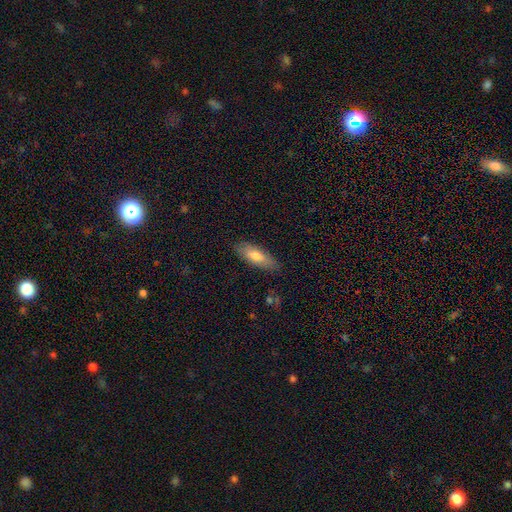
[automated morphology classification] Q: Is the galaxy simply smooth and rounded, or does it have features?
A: smooth — 73%.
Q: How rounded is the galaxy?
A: in between — 59%.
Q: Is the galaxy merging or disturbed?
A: none — 84%.